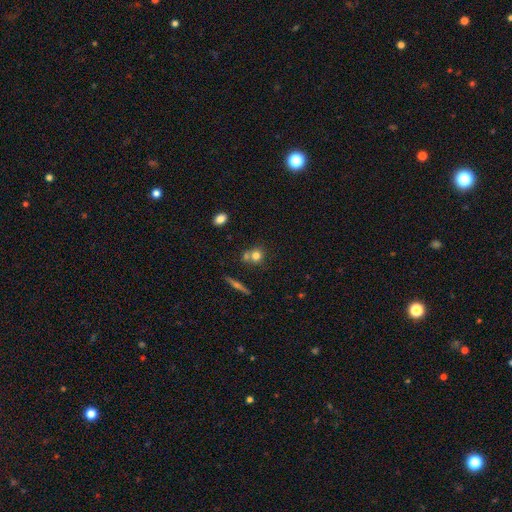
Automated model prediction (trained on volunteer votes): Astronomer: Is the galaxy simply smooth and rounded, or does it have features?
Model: smooth — 72%.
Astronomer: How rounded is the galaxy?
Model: round — 82%.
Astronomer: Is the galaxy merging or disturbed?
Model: none — 53% (runner-up: merger, 33%).